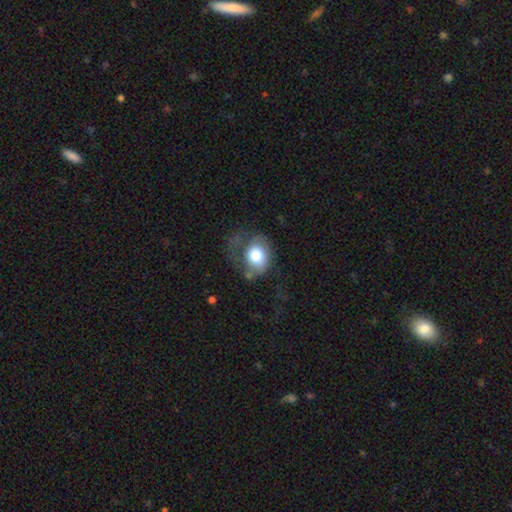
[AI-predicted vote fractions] smooth 70%, featured or disk 23%, star or artifact 7%. Down the decision tree: how rounded — in between (51%); merging — none (35%).